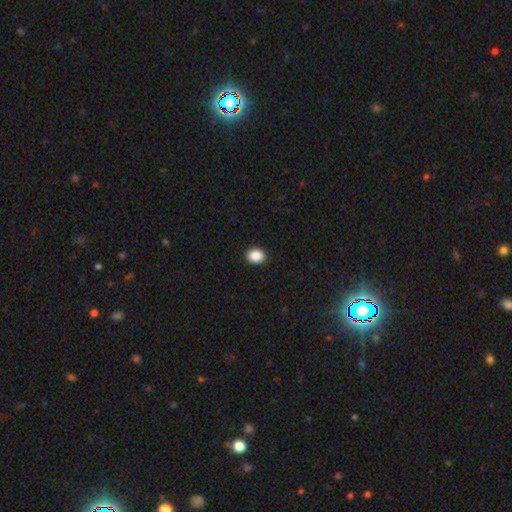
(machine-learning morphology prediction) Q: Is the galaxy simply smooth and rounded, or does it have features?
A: smooth — 89%.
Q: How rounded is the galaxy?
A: in between — 50%.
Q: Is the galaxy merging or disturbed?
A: none — 92%.